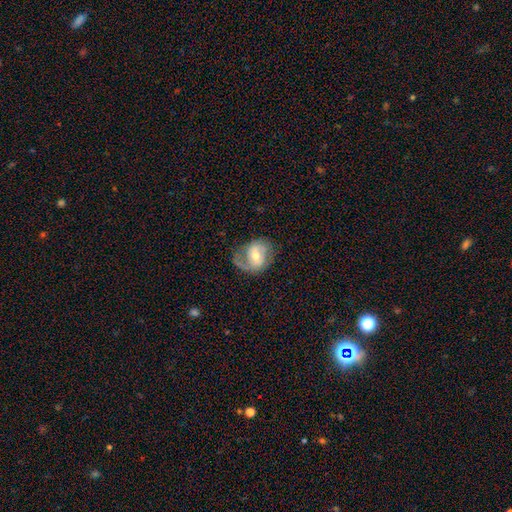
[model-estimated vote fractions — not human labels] Q: Smooth or featured?
A: featured or disk (71%); runner-up: smooth (22%)
Q: Edge-on disk?
A: no (97%); runner-up: yes (3%)
Q: Bar?
A: weak (45%); runner-up: no (35%)
Q: Spiral arms?
A: yes (88%); runner-up: no (12%)
Q: Spiral winding?
A: medium (45%); runner-up: tight (28%)
Q: Spiral arm count?
A: 2 (63%); runner-up: 1 (24%)
Q: Bulge size?
A: moderate (60%); runner-up: small (33%)
Q: Merging?
A: none (57%); runner-up: minor disturbance (23%)